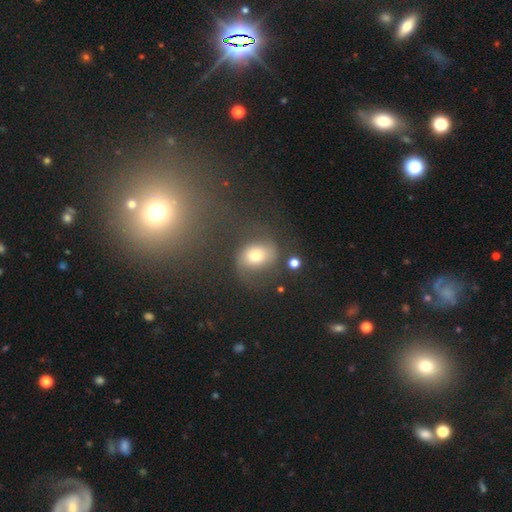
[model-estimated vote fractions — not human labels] Smooth or featured? Predicted: smooth (p=0.52). How rounded? Predicted: round (p=0.54). Merging? Predicted: none (p=0.57).